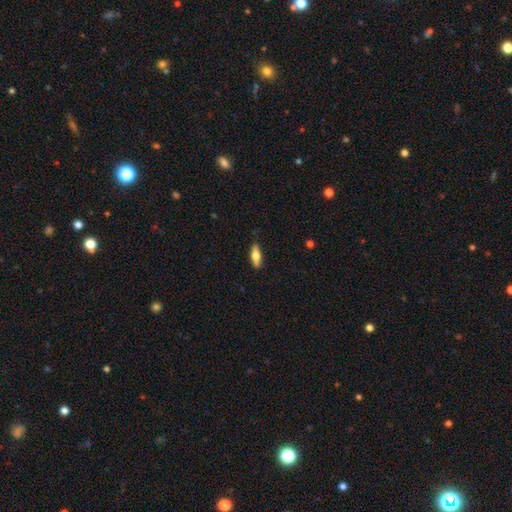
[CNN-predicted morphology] Q: Smooth or featured?
A: smooth (61%); runner-up: featured or disk (33%)
Q: How rounded?
A: in between (57%); runner-up: cigar-shaped (40%)
Q: Merging?
A: none (86%); runner-up: minor disturbance (11%)